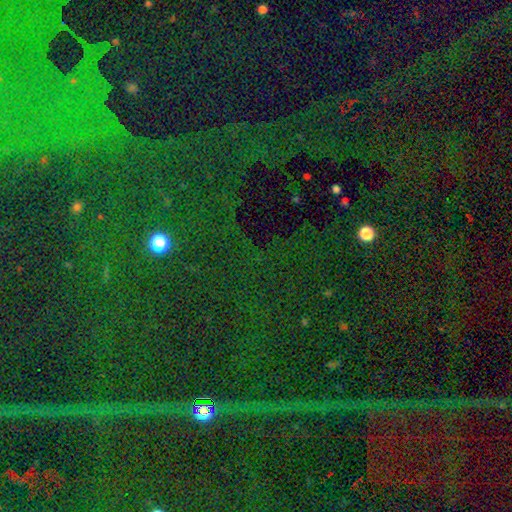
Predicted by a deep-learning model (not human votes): This appears to be a star or artifact, not a galaxy (85%).